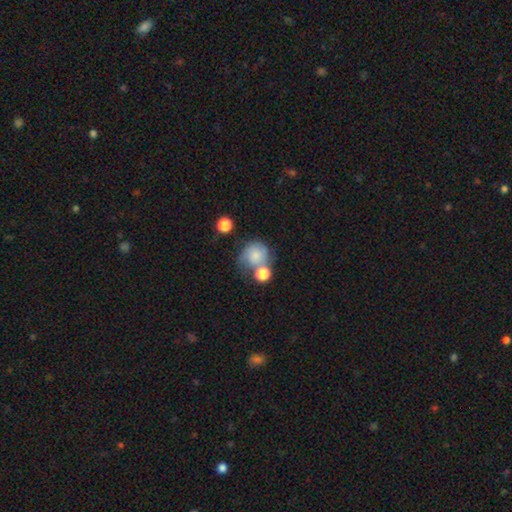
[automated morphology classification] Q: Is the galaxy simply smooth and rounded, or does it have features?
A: smooth — 73%.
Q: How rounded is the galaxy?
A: round — 82%.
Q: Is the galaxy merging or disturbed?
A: none — 42%.